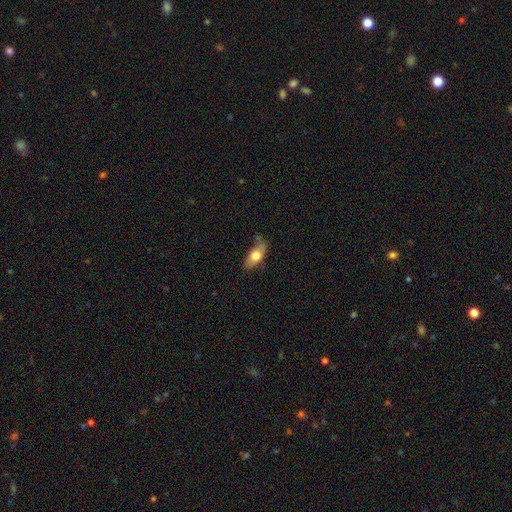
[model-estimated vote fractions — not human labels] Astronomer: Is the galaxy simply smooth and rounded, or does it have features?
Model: smooth — 70%.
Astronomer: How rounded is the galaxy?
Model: in between — 83%.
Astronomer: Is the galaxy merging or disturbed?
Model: none — 59%.